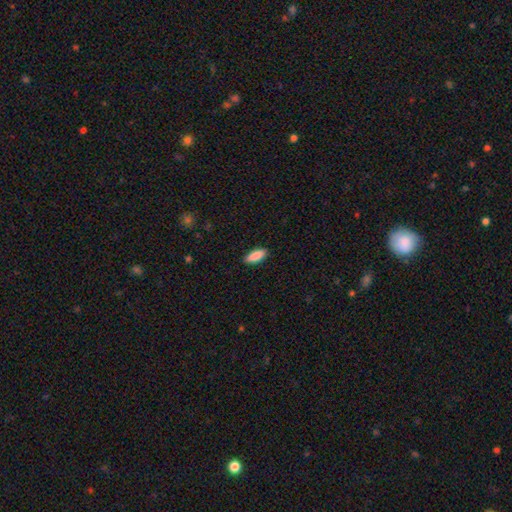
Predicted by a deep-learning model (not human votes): The model was most divided on "how rounded": in between: 77%, cigar-shaped: 21%, round: 2%. More confident: smooth or featured — smooth (89%); merging — none (89%).